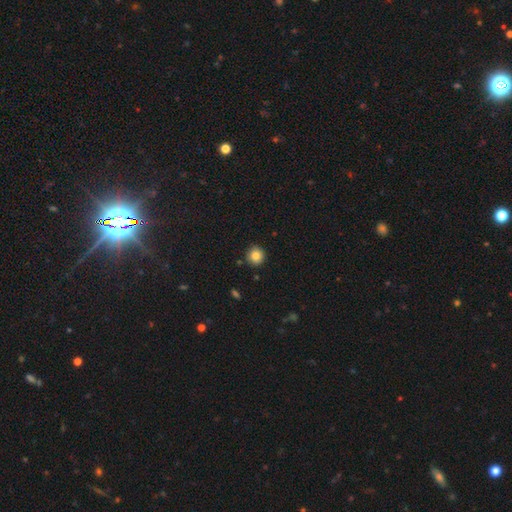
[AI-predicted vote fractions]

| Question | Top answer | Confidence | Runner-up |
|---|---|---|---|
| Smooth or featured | smooth | 83% | star or artifact (10%) |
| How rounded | round | 92% | in between (7%) |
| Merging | none | 90% | minor disturbance (7%) |